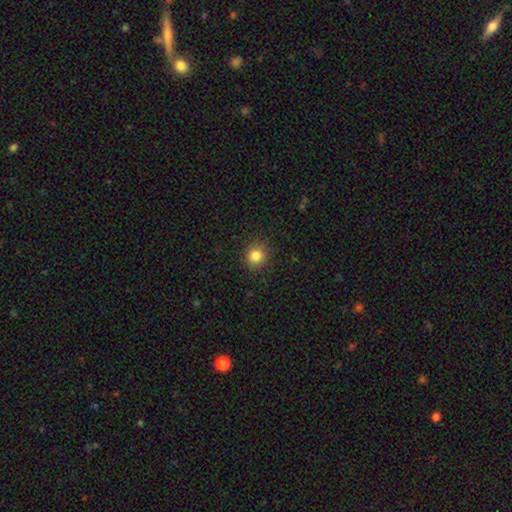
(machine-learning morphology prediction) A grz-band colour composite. It shows a smooth galaxy with no disk features (83%) that is round (90%). Merging: none (91%).